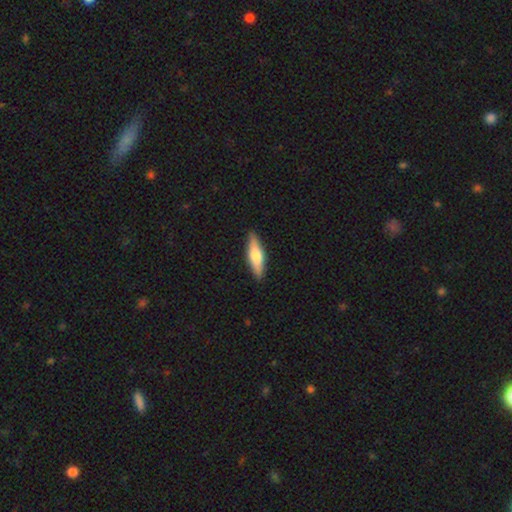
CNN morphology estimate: smooth 59%, featured or disk 35%, star or artifact 5%. Down the decision tree: how rounded — cigar-shaped (64%); merging — none (89%).